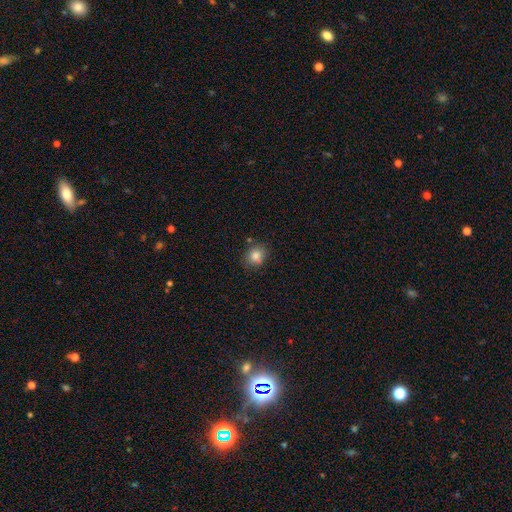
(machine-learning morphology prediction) This is clearly a smooth galaxy (82%). How rounded: likely round (64%). Merging: likely none (76%).